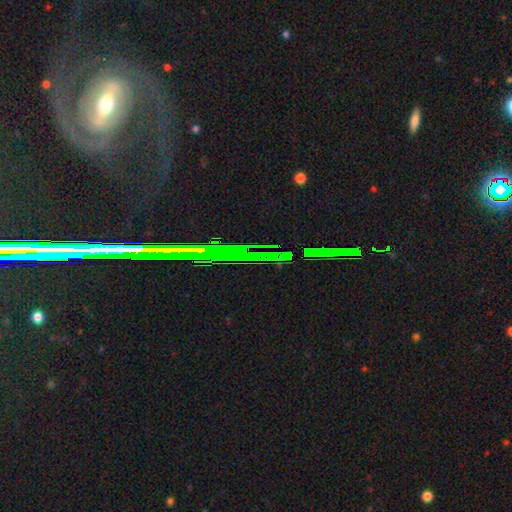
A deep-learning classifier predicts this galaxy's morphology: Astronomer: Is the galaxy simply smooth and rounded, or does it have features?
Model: star or artifact — 72%.